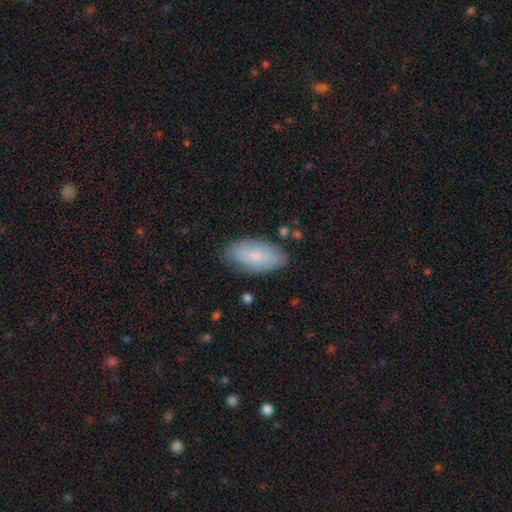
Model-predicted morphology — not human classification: A smooth galaxy with no disk features (75%) that is in between round and cigar-shaped (92%). Merging: none (80%).